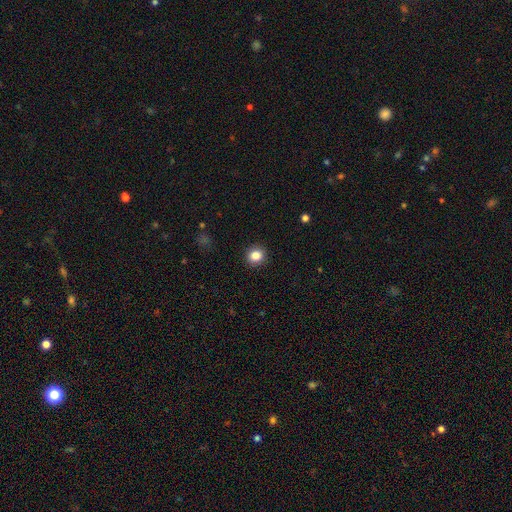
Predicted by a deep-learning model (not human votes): Smooth or featured: smooth — 85% (star or artifact — 10%)
How rounded: round — 87% (in between — 12%)
Merging: none — 92% (minor disturbance — 5%)